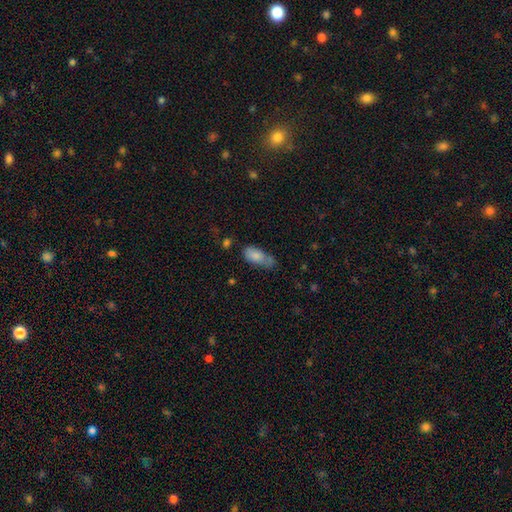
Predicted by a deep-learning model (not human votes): Q: Smooth or featured?
A: smooth (81%); runner-up: featured or disk (11%)
Q: How rounded?
A: in between (87%); runner-up: cigar-shaped (9%)
Q: Merging?
A: none (39%); runner-up: minor disturbance (29%)